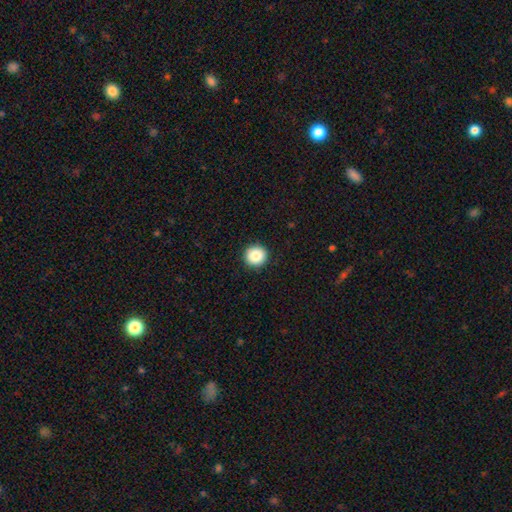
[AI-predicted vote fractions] smooth 87%, star or artifact 9%, featured or disk 4%. Down the decision tree: how rounded — round (95%); merging — none (92%).